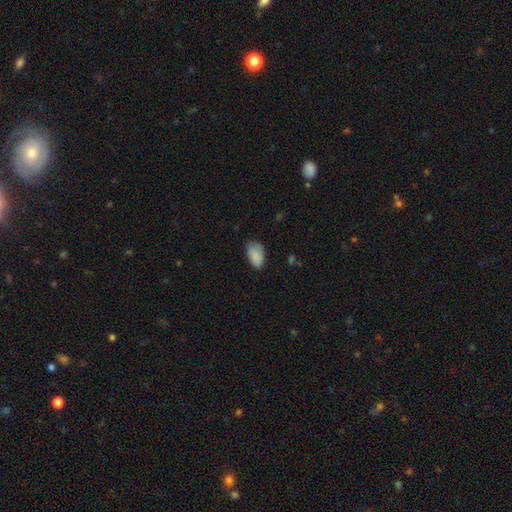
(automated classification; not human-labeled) Smooth or featured?
  - smooth: 87% *
  - star or artifact: 7%
  - featured or disk: 5%
How rounded?
  - in between: 93% *
  - round: 5%
  - cigar-shaped: 2%
Merging?
  - none: 67% *
  - minor disturbance: 27%
  - major disturbance: 5%
  - merger: 1%